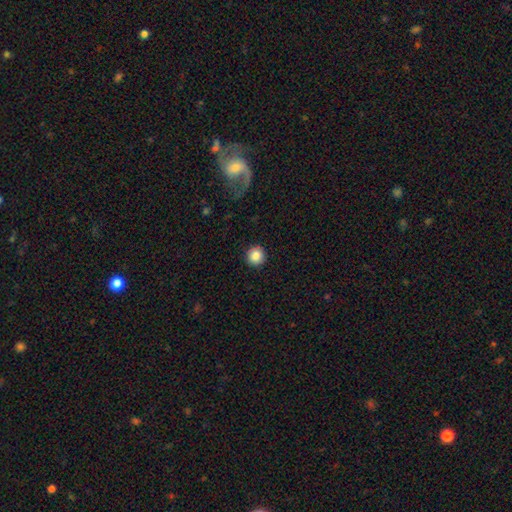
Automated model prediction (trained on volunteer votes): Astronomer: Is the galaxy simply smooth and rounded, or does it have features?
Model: smooth — 86%.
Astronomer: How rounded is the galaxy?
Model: round — 95%.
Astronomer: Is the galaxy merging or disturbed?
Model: none — 92%.